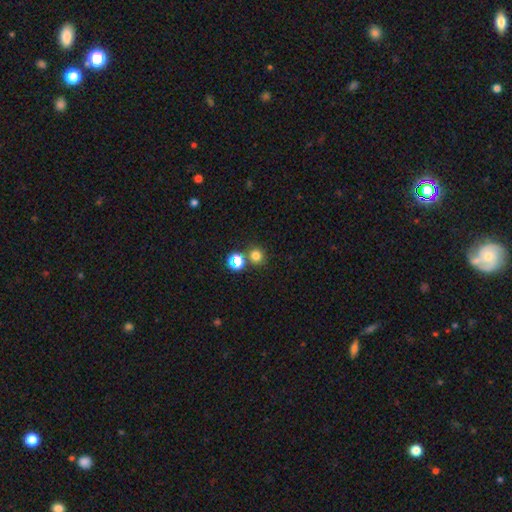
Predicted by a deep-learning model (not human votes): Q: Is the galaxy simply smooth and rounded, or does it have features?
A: smooth — 75%.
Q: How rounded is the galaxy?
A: round — 89%.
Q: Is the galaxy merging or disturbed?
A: none — 75%.